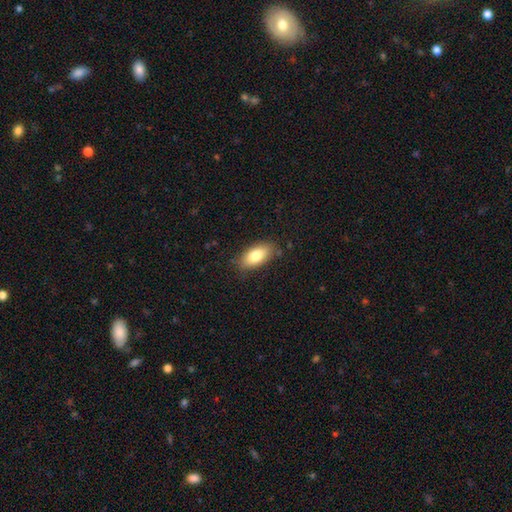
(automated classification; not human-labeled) smooth 81%, featured or disk 12%, star or artifact 7%. Down the decision tree: how rounded — in between (90%); merging — none (83%).